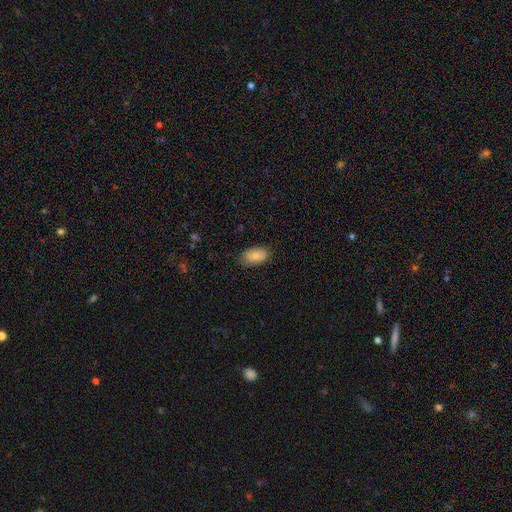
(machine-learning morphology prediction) A smooth galaxy with no disk features (84%) that is in between round and cigar-shaped (93%).

Vote fractions:
- Smooth or featured? smooth: 84% / featured or disk: 9% / star or artifact: 7%
- How rounded? in between: 93% / round: 4% / cigar-shaped: 2%
- Merging? none: 79% / minor disturbance: 17% / major disturbance: 3% / merger: 1%